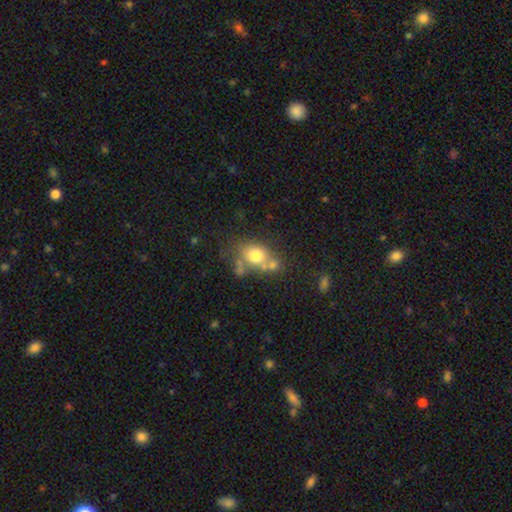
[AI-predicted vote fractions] smooth_or_featured: smooth (p=0.68) [alt: featured or disk p=0.20]
how_rounded: in between (p=0.51) [alt: round p=0.47]
merging: none (p=0.41) [alt: merger p=0.34]